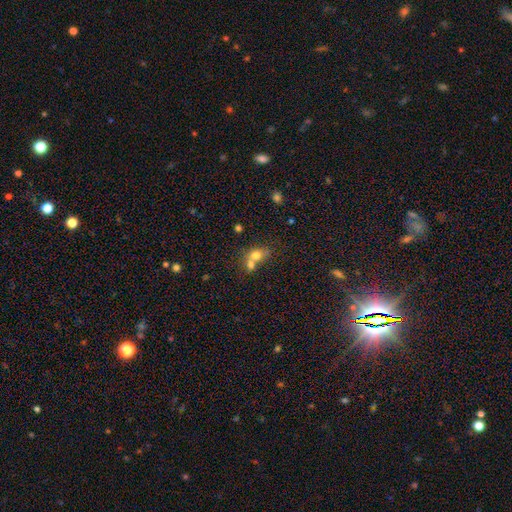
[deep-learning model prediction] Overall: smooth (72%). How rounded: round (54%; in between 45%). Merging: merger (62%; none 27%).